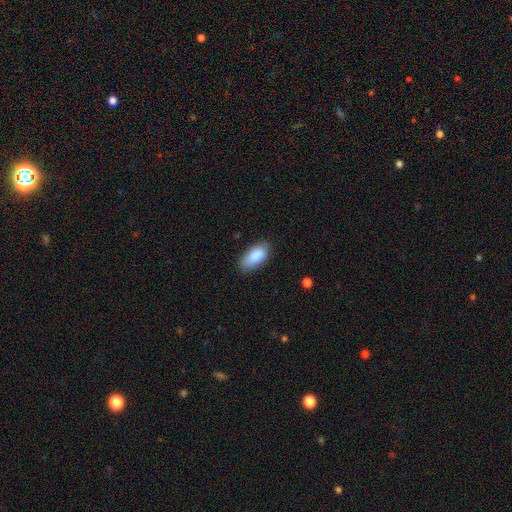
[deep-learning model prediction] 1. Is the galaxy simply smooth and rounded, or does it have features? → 87% smooth, 7% featured or disk, 6% star or artifact.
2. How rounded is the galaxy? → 92% in between, 5% cigar-shaped, 3% round.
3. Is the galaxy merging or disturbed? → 79% none, 17% minor disturbance, 3% major disturbance, 1% merger.